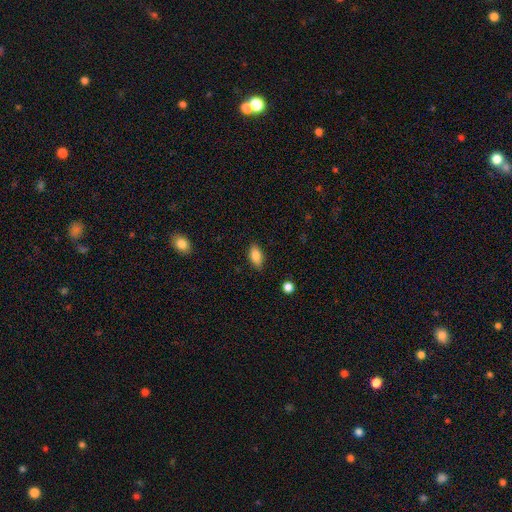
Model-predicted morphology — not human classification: A smooth galaxy with no disk features (83%) that is in between round and cigar-shaped (89%). Merging: none (86%).